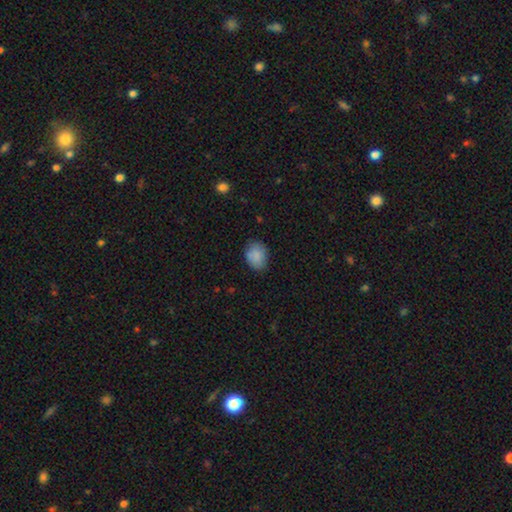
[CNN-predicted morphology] Smooth or featured: smooth — 86% (star or artifact — 8%)
How rounded: in between — 57% (round — 42%)
Merging: none — 77% (minor disturbance — 18%)